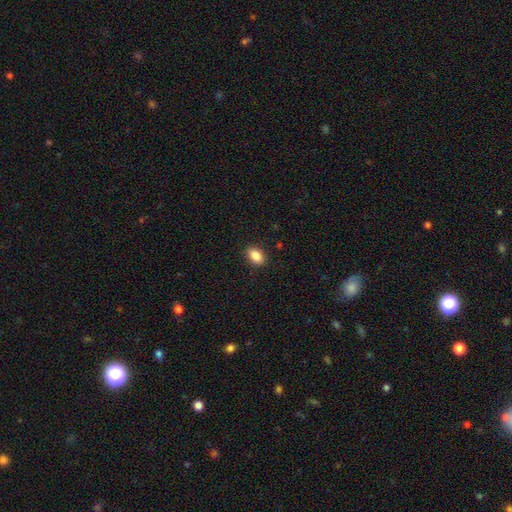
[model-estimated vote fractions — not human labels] Overall: smooth (87%). How rounded: in between (83%). Merging: none (89%).